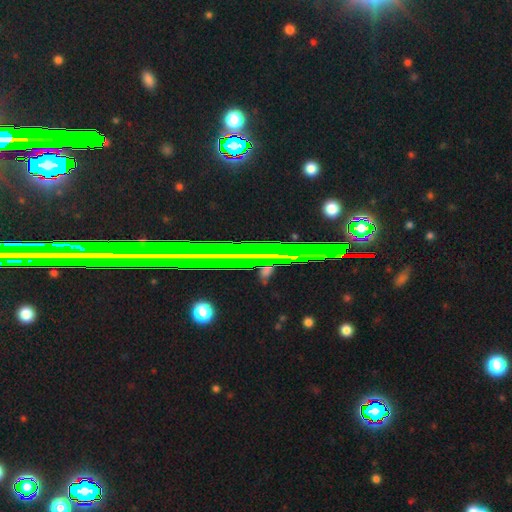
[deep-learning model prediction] Q: Smooth or featured?
A: star or artifact (73%); runner-up: featured or disk (17%)